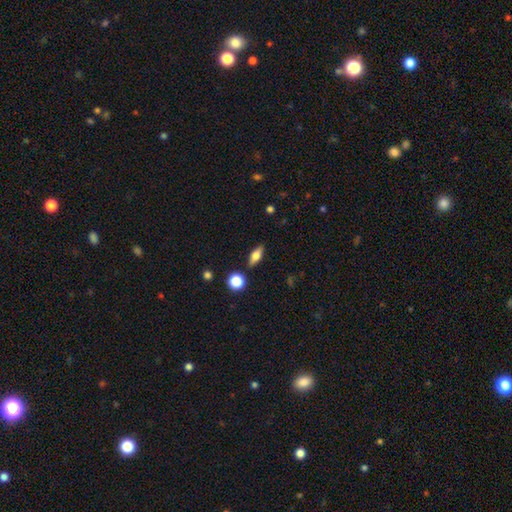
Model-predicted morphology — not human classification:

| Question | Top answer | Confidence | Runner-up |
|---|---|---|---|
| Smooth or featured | smooth | 62% | featured or disk (29%) |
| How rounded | in between | 67% | cigar-shaped (26%) |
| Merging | none | 85% | minor disturbance (9%) |